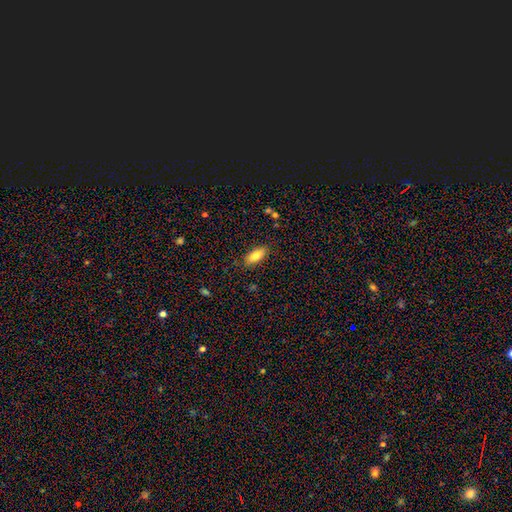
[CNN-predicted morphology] smooth 79%, featured or disk 14%, star or artifact 7%. Down the decision tree: how rounded — in between (74%); merging — none (85%).